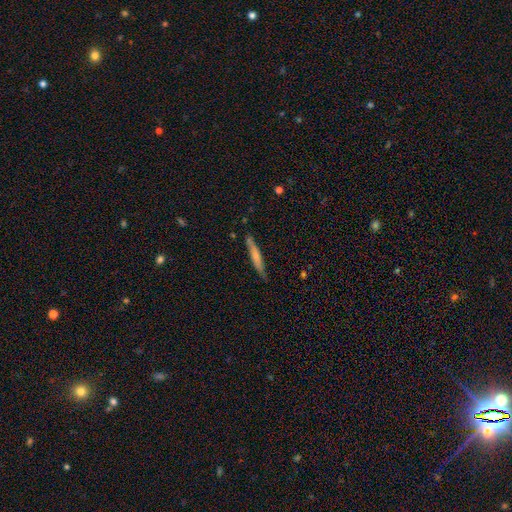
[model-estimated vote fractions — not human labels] Smooth or featured: smooth — 58% (featured or disk — 37%)
How rounded: cigar-shaped — 94% (in between — 5%)
Merging: none — 81% (minor disturbance — 15%)